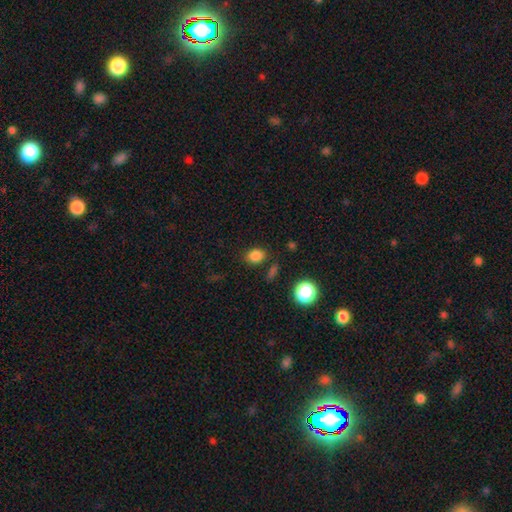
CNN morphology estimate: This is clearly a smooth galaxy (83%). How rounded: likely in between (62%). Merging: likely none (79%).